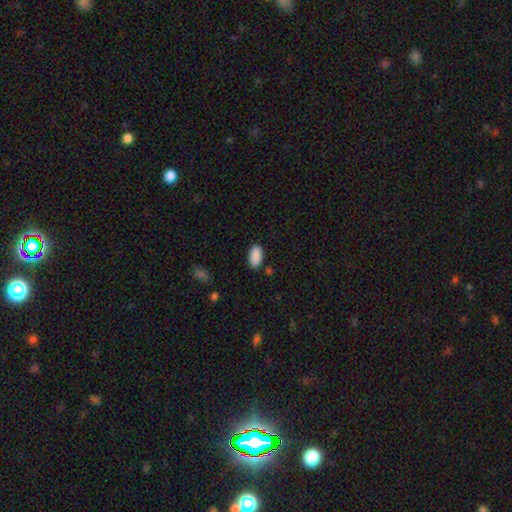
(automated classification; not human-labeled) Smooth or featured? smooth (90%)
How rounded? in between (95%)
Merging? none (84%)